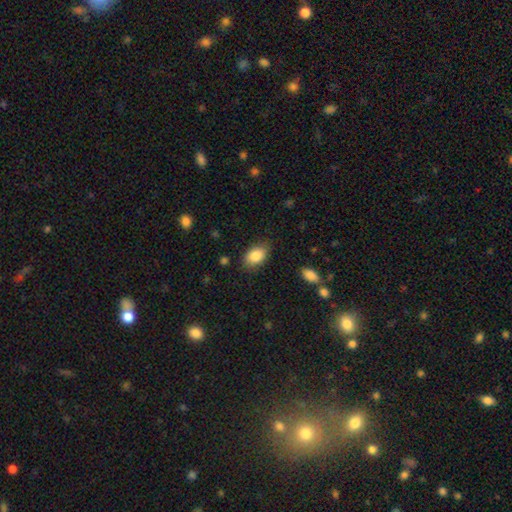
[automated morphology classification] type=smooth (86%); roundness=in between (88%); merging=none (82%).